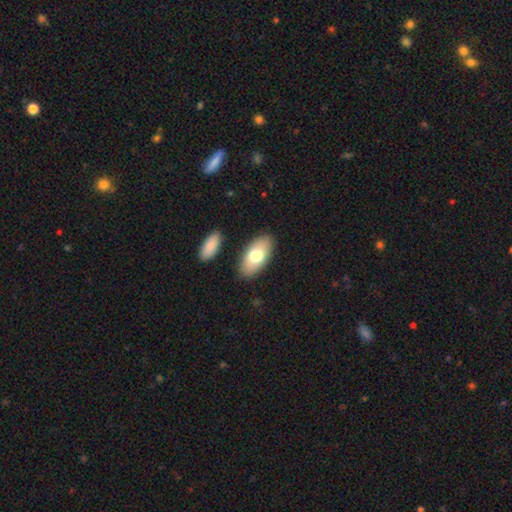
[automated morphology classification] Smooth or featured? smooth (74%)
How rounded? in between (93%)
Merging? none (85%)